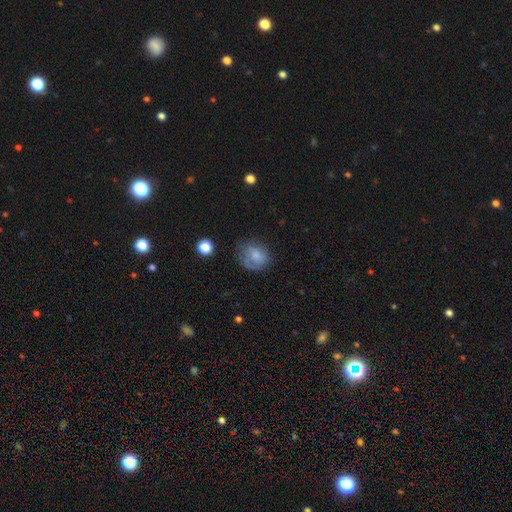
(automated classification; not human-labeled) Smooth or featured? smooth (70%)
How rounded? round (70%)
Merging? none (53%)